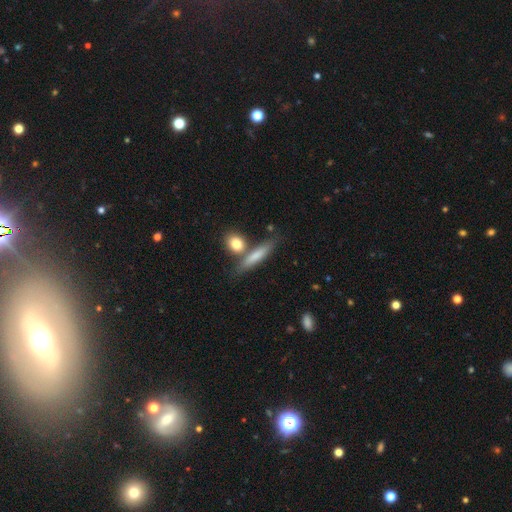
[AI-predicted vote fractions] Smooth or featured: smooth — 72% (featured or disk — 22%)
How rounded: cigar-shaped — 74% (in between — 20%)
Merging: none — 65% (merger — 17%)